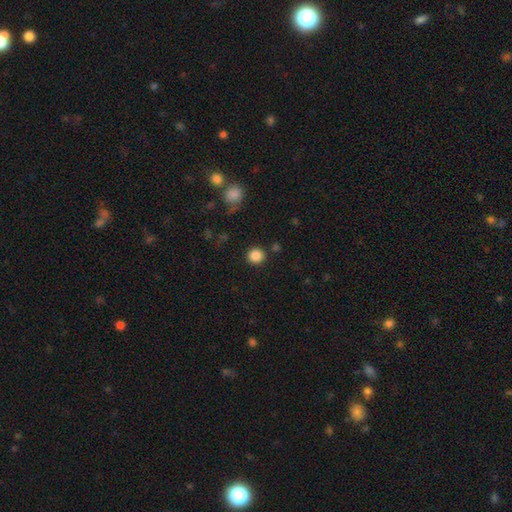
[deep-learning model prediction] Morphology: type=smooth (87%); roundness=round (91%); merging=none (89%).